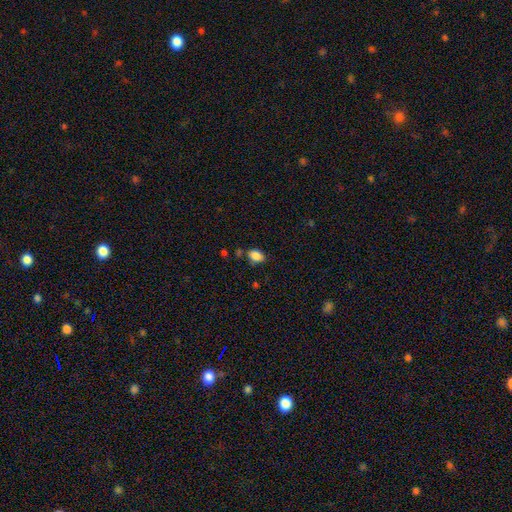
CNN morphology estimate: smooth_or_featured: smooth (p=0.87) [alt: star or artifact p=0.09]
how_rounded: in between (p=0.78) [alt: round p=0.20]
merging: none (p=0.74) [alt: minor disturbance p=0.16]